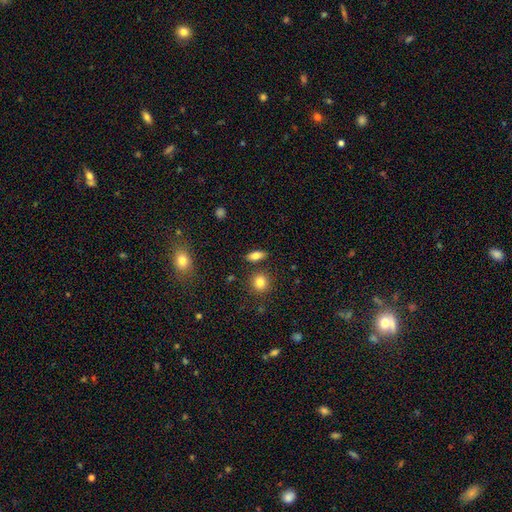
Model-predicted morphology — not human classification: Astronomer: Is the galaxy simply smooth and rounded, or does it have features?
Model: smooth — 78%.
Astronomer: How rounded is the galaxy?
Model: in between — 77%.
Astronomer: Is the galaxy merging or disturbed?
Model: none — 83%.